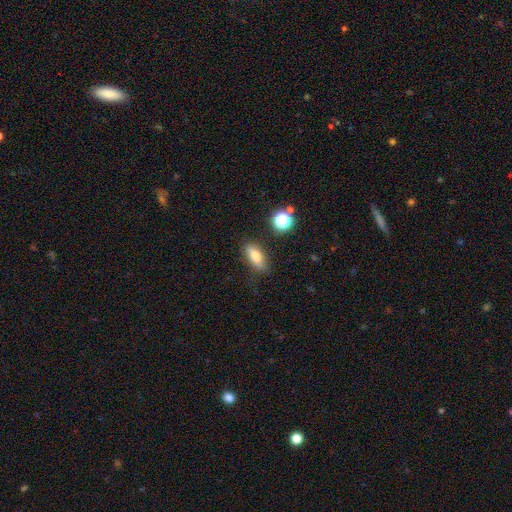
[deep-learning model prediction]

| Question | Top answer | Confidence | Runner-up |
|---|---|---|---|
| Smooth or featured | smooth | 73% | featured or disk (17%) |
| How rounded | in between | 70% | cigar-shaped (24%) |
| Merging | none | 81% | minor disturbance (13%) |